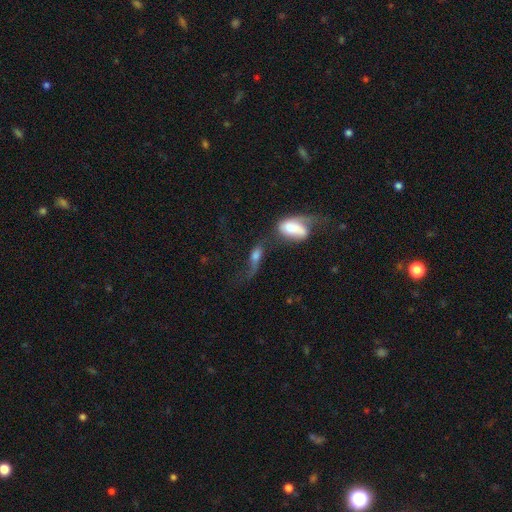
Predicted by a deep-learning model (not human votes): A featured or disk galaxy (48%).

Vote fractions:
- Smooth or featured? featured or disk: 48% / smooth: 41% / star or artifact: 11%
- Merging? merger: 43% / major disturbance: 25% / none: 20% / minor disturbance: 12%